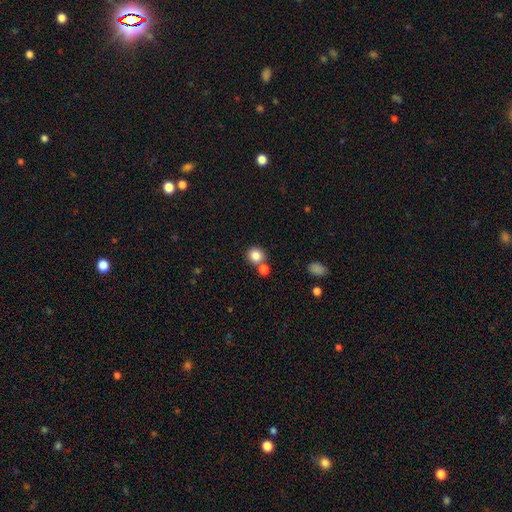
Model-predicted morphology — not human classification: A smooth galaxy with no disk features (83%) that is round (84%).

Vote fractions:
- Smooth or featured? smooth: 83% / star or artifact: 11% / featured or disk: 6%
- How rounded? round: 84% / in between: 15% / cigar-shaped: 1%
- Merging? none: 67% / merger: 22% / minor disturbance: 9% / major disturbance: 3%